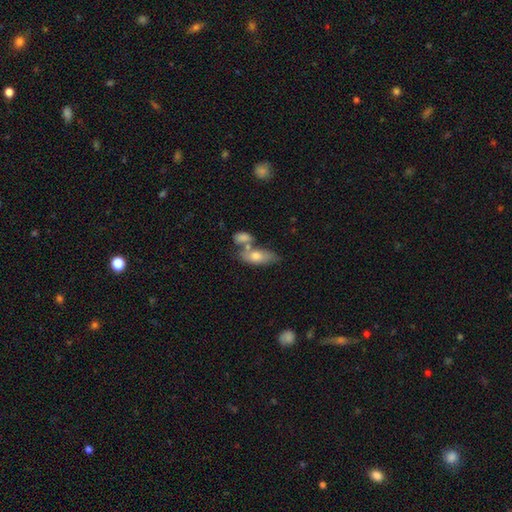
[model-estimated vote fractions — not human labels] Smooth or featured? Predicted: smooth (p=0.68). How rounded? Predicted: in between (p=0.77). Merging? Predicted: none (p=0.45).